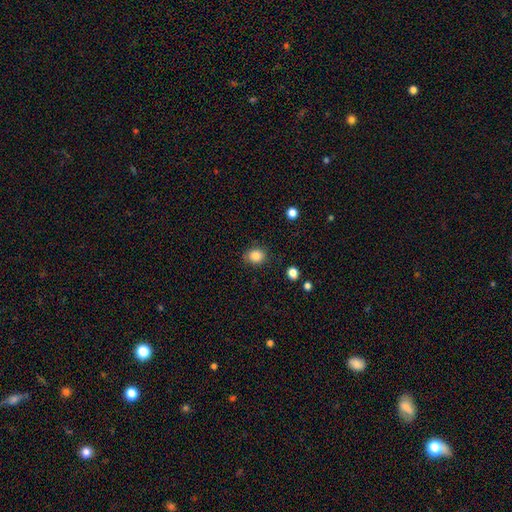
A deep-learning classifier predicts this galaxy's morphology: Smooth or featured: smooth — 86% (star or artifact — 10%)
How rounded: round — 65% (in between — 34%)
Merging: none — 81% (minor disturbance — 14%)